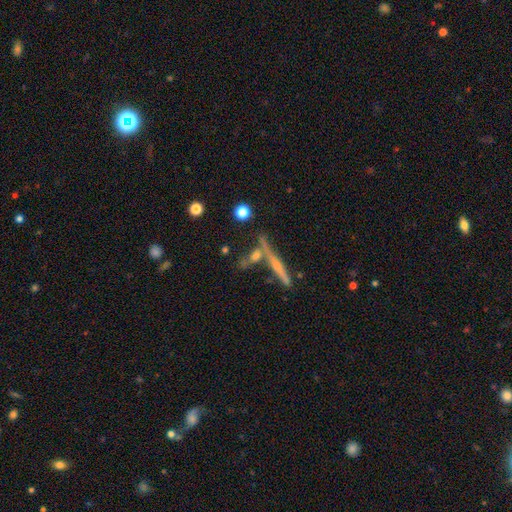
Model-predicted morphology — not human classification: This is possibly a smooth galaxy (50%). How rounded: possibly cigar-shaped (59%). Merging: possibly none (53%).